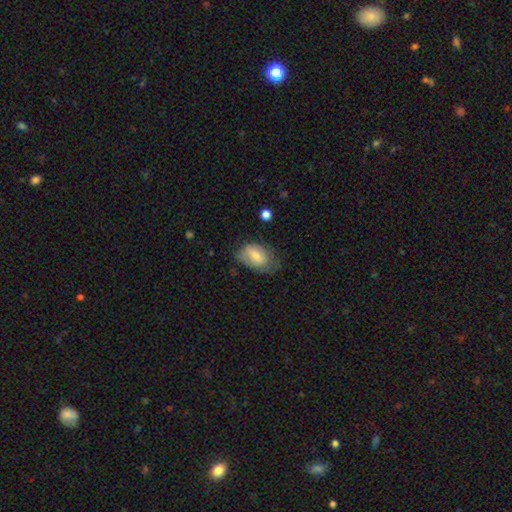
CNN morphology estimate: Smooth or featured? smooth (70%)
How rounded? in between (89%)
Merging? none (47%)